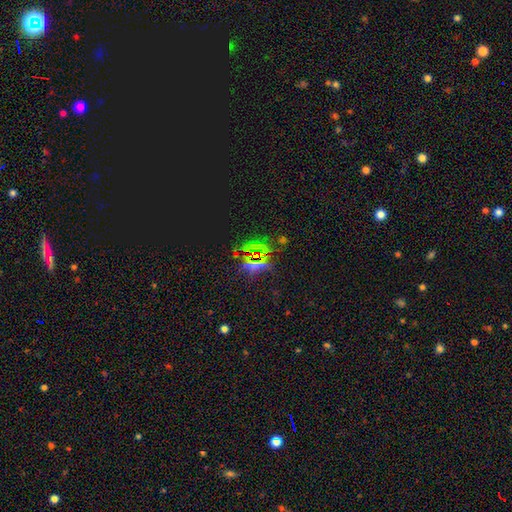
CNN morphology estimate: Smooth or featured: star or artifact — 70% (smooth — 21%)